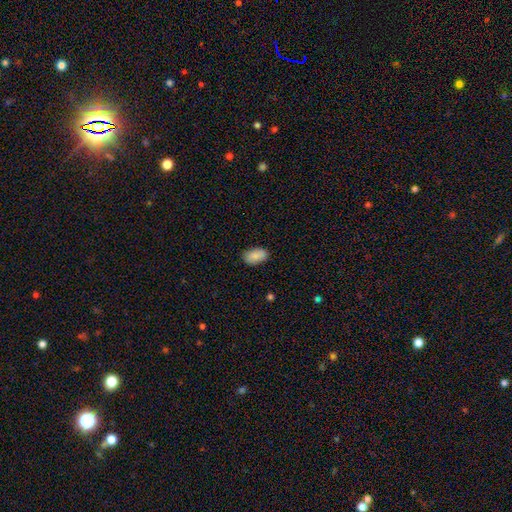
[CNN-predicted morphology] Smooth or featured: smooth — 87% (featured or disk — 7%)
How rounded: in between — 93% (round — 6%)
Merging: none — 83% (minor disturbance — 13%)